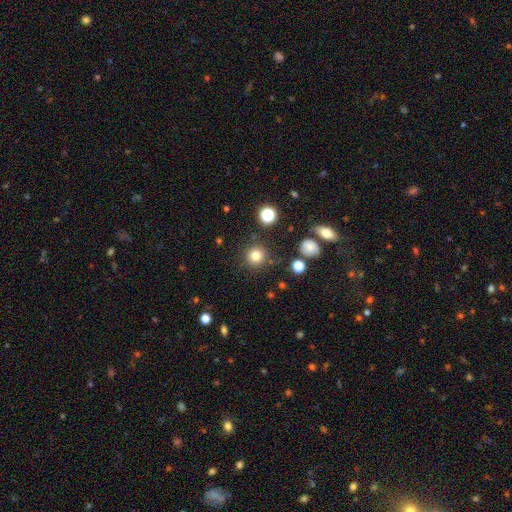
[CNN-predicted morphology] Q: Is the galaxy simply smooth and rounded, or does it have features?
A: smooth — 79%.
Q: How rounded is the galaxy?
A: round — 93%.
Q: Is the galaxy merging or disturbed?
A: none — 86%.